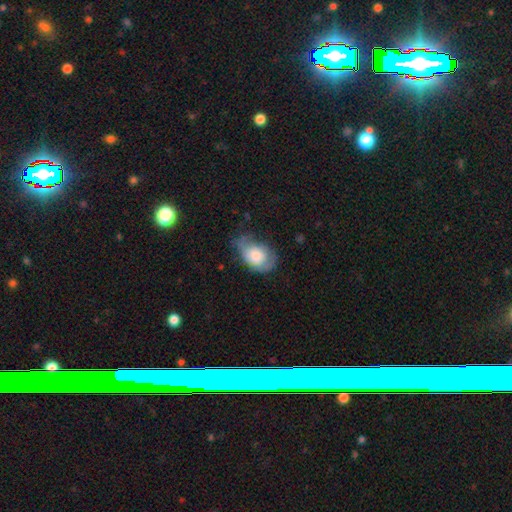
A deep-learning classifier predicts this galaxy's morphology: Smooth or featured: smooth — 63% (featured or disk — 30%)
How rounded: in between — 77% (round — 21%)
Merging: minor disturbance — 38% (none — 37%)